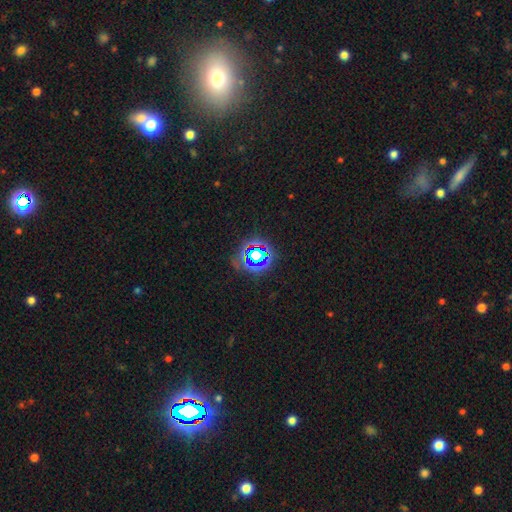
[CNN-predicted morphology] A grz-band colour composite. It shows a star or artifact, not a galaxy (73%).